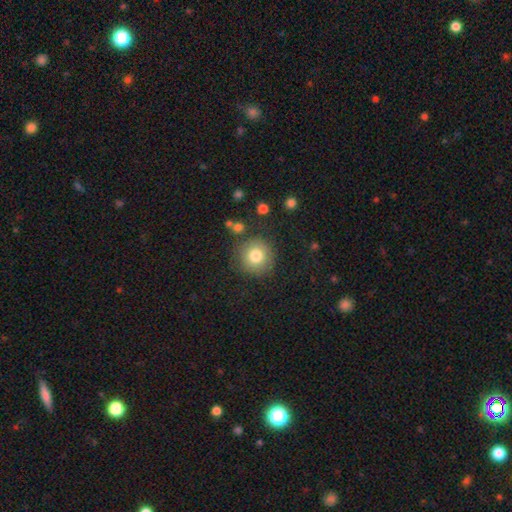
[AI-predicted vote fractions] smooth-or-featured: smooth: 80% | star or artifact: 10% | featured or disk: 10%
  how-rounded: round: 94% | in between: 5% | cigar-shaped: 1%
  merging: none: 85% | minor disturbance: 9% | major disturbance: 4% | merger: 3%